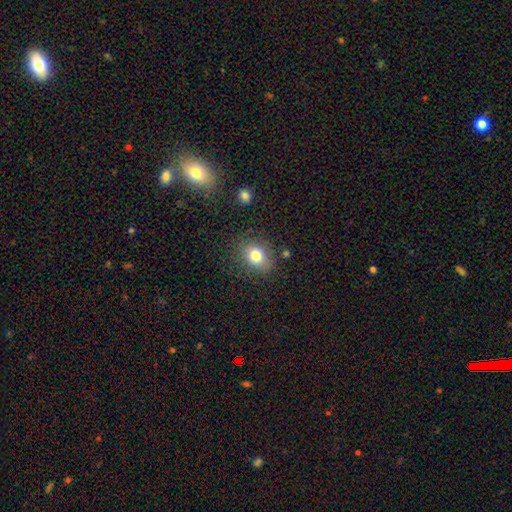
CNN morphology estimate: smooth 79%, star or artifact 11%, featured or disk 10%. Down the decision tree: how rounded — round (50%); merging — none (79%).